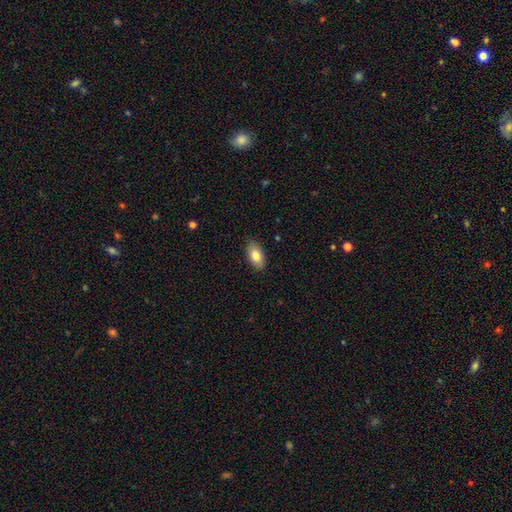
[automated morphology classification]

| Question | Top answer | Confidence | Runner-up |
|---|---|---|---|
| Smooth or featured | smooth | 81% | featured or disk (12%) |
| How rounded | in between | 92% | cigar-shaped (4%) |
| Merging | none | 87% | minor disturbance (10%) |